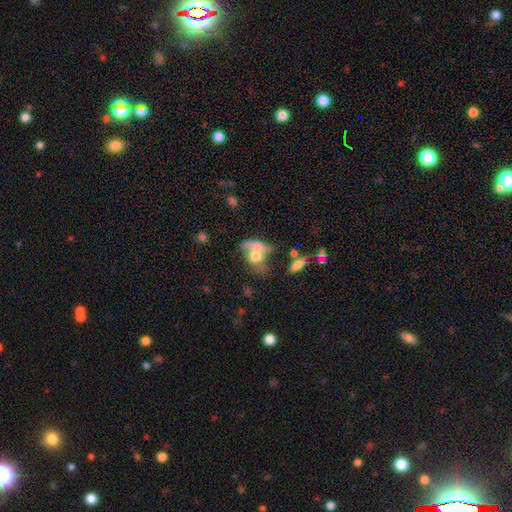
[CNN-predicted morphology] Q: Smooth or featured?
A: smooth (55%); runner-up: featured or disk (33%)
Q: How rounded?
A: in between (57%); runner-up: round (38%)
Q: Merging?
A: merger (39%); runner-up: major disturbance (26%)